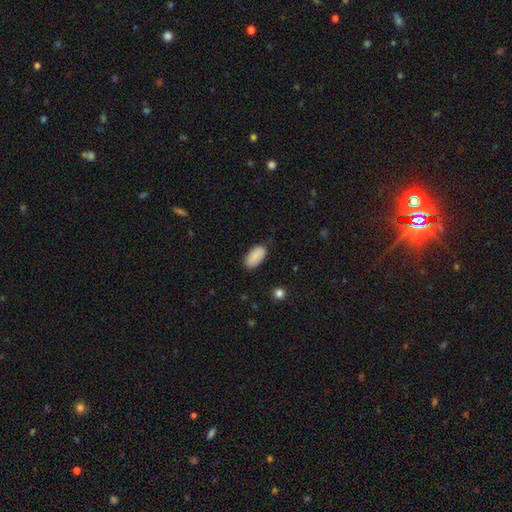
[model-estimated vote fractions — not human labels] This is clearly a smooth galaxy (88%). How rounded: clearly in between (95%). Merging: likely none (79%).